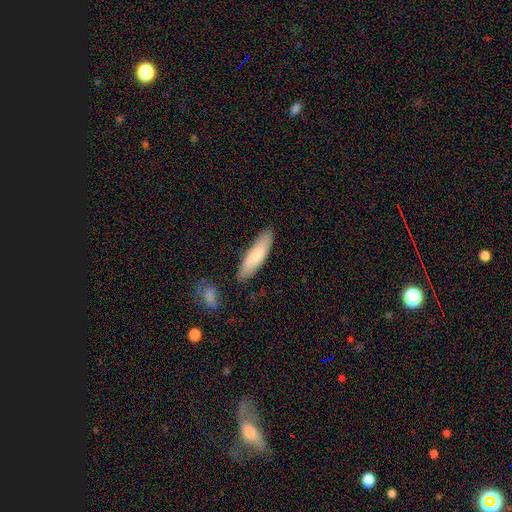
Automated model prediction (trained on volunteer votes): Q: Smooth or featured?
A: smooth (79%); runner-up: featured or disk (15%)
Q: How rounded?
A: cigar-shaped (69%); runner-up: in between (30%)
Q: Merging?
A: none (85%); runner-up: minor disturbance (10%)